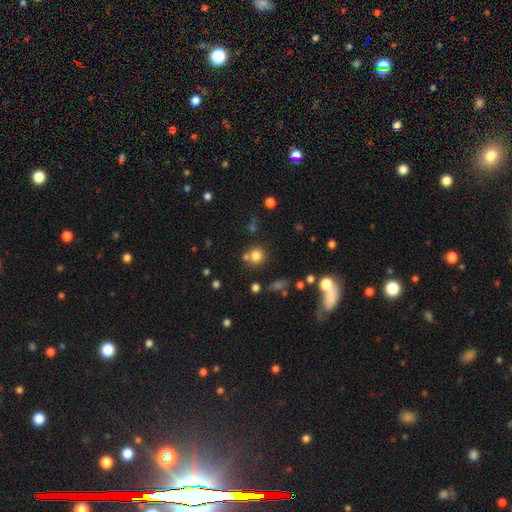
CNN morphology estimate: Smooth or featured?
  - smooth: 78% *
  - star or artifact: 14%
  - featured or disk: 8%
How rounded?
  - round: 89% *
  - in between: 10%
  - cigar-shaped: 1%
Merging?
  - none: 68% *
  - merger: 18%
  - minor disturbance: 10%
  - major disturbance: 4%